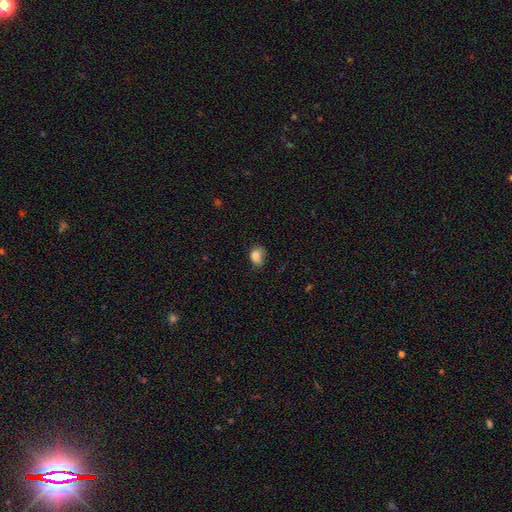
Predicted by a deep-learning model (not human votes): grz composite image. It shows a smooth galaxy with no disk features (82%) that is in between round and cigar-shaped (59%). Merging: none (55%).